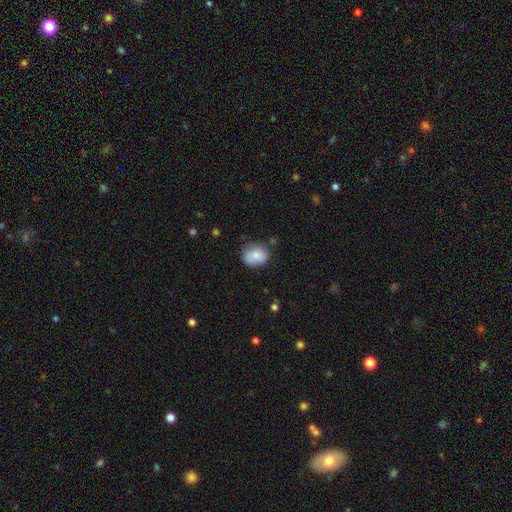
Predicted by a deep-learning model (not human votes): smooth_or_featured: smooth (p=0.74) [alt: featured or disk p=0.18]
how_rounded: round (p=0.58) [alt: in between p=0.41]
merging: none (p=0.65) [alt: minor disturbance p=0.25]